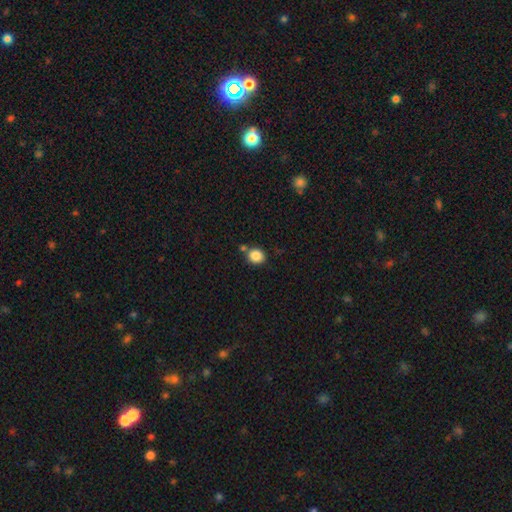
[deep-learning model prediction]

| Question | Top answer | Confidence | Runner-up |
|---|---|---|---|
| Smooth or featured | smooth | 85% | star or artifact (10%) |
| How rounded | round | 83% | in between (16%) |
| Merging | none | 72% | merger (15%) |